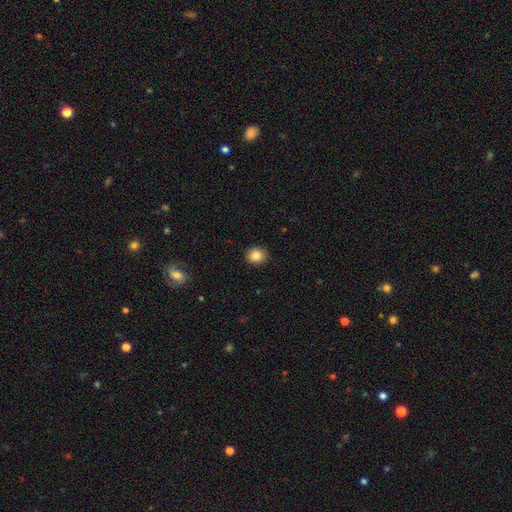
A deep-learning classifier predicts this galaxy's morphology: Smooth or featured? Predicted: smooth (p=0.85). How rounded? Predicted: round (p=0.78). Merging? Predicted: none (p=0.91).